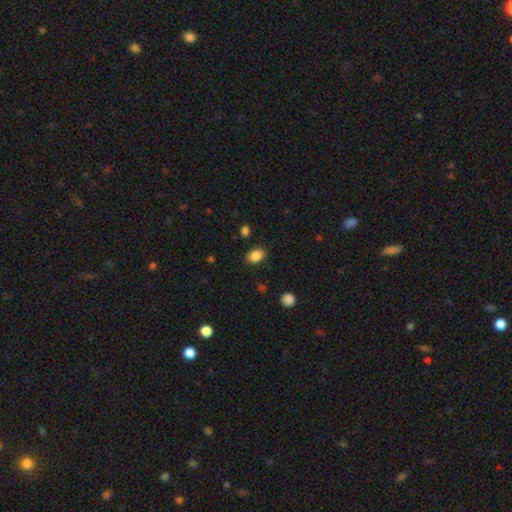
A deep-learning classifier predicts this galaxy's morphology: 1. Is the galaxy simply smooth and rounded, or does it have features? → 86% smooth, 10% star or artifact, 4% featured or disk.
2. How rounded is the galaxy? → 67% in between, 32% round, 1% cigar-shaped.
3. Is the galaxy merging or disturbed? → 84% none, 11% minor disturbance, 3% major disturbance, 2% merger.